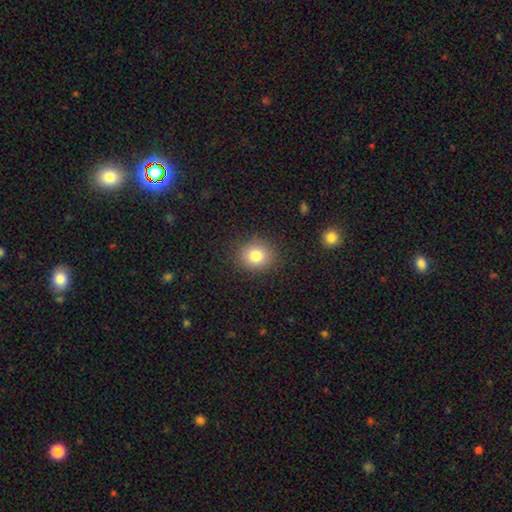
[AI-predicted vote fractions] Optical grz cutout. It shows a smooth galaxy with no disk features (80%) that is round (81%). Merging: none (89%).